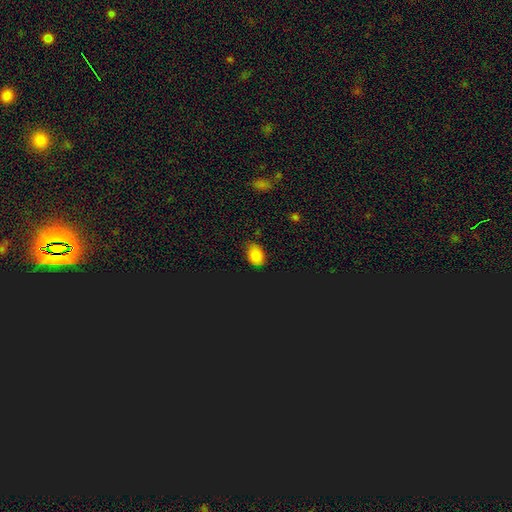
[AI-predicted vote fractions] A smooth galaxy with no disk features (76%) that is in between round and cigar-shaped (70%).

Vote fractions:
- Smooth or featured? smooth: 76% / star or artifact: 18% / featured or disk: 6%
- How rounded? in between: 70% / round: 28% / cigar-shaped: 1%
- Merging? none: 69% / minor disturbance: 25% / major disturbance: 4% / merger: 2%